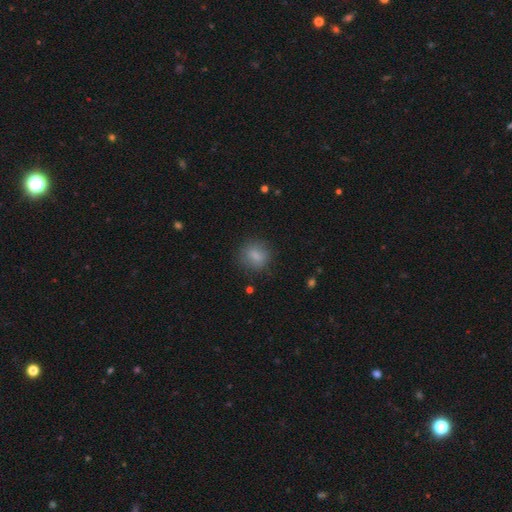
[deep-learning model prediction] A smooth galaxy with no disk features (82%) that is round (75%). Merging: none (80%).